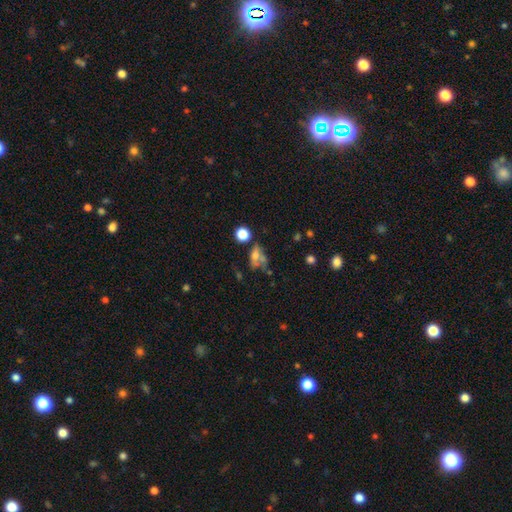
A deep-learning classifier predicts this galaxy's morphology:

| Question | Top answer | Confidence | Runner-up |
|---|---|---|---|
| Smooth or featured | smooth | 55% | featured or disk (29%) |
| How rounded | in between | 64% | round (28%) |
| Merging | none | 32% | merger (31%) |